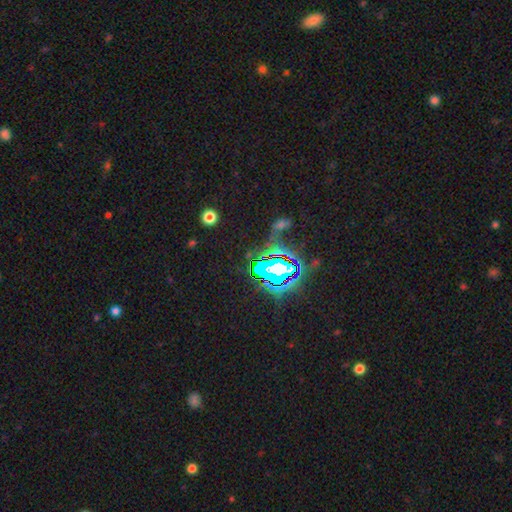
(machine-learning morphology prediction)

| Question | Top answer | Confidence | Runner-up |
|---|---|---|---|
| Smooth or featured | star or artifact | 84% | smooth (9%) |